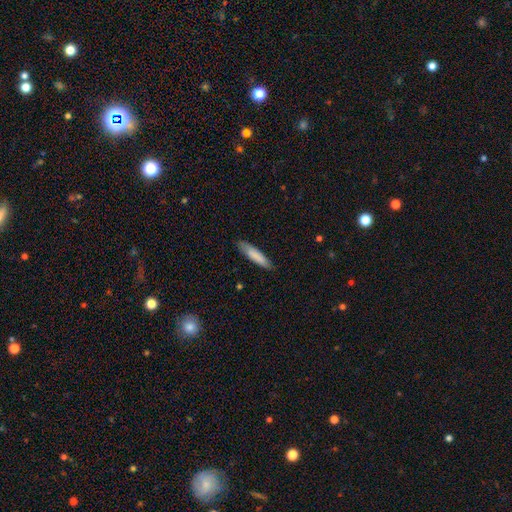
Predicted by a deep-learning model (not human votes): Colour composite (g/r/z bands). It shows a smooth galaxy with no disk features (82%) that is cigar-shaped (80%). Merging: none (86%).